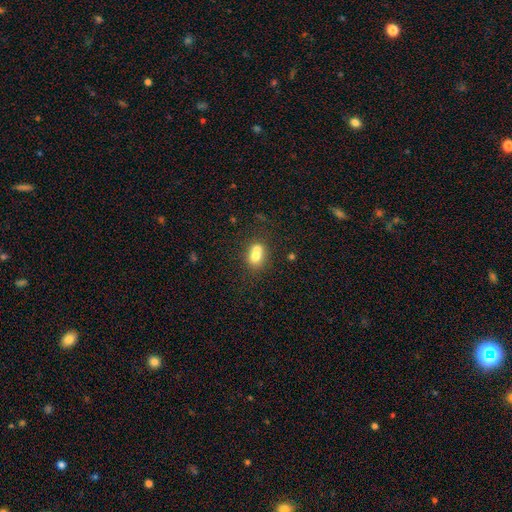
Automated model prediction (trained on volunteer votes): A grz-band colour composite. It shows a smooth galaxy with no disk features (70%) that is round (50%). Merging: merger (54%).